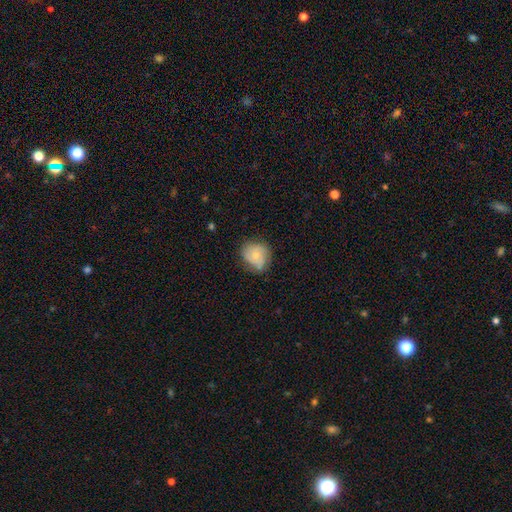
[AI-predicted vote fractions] This is likely a smooth galaxy (61%). How rounded: likely round (69%). Merging: possibly none (57%).